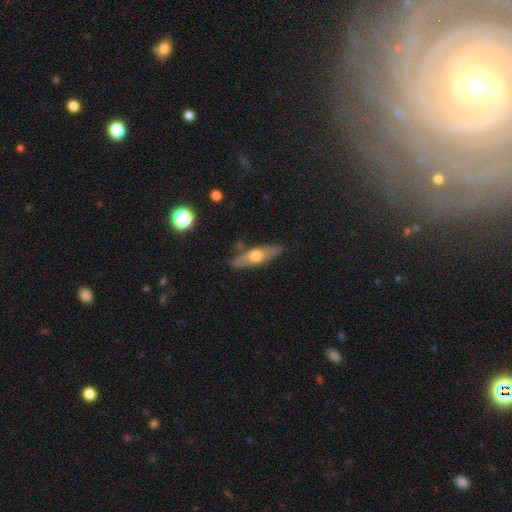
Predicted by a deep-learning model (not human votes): This is possibly a featured or disk galaxy (53%). It is clearly viewed edge-on (82%). Merging: clearly none (81%).